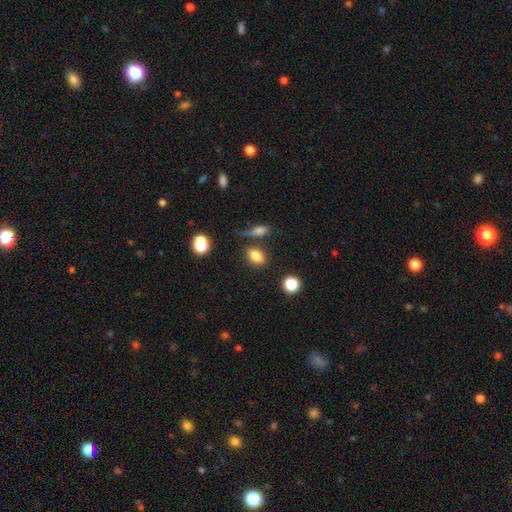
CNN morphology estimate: Overall: smooth (81%). How rounded: in between (81%). Merging: none (71%).